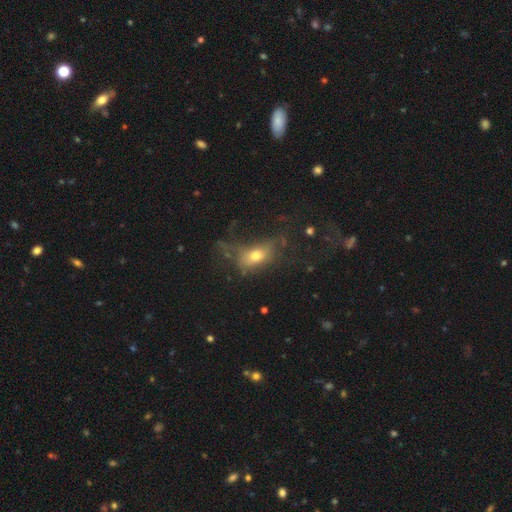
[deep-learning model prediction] Morphology: type=smooth (58%); roundness=in between (77%); merging=major disturbance (38%).